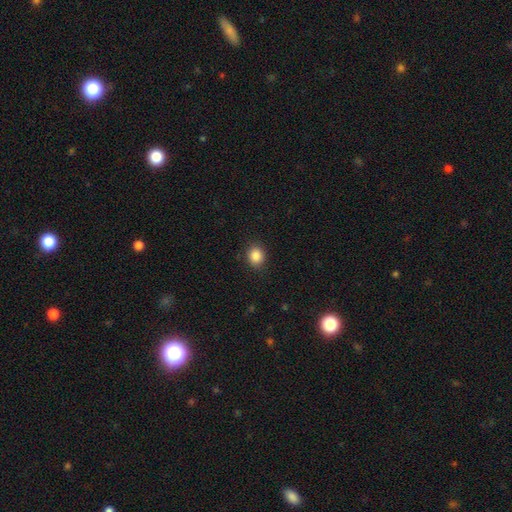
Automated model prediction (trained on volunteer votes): Morphology: type=smooth (87%); roundness=round (71%); merging=none (89%).